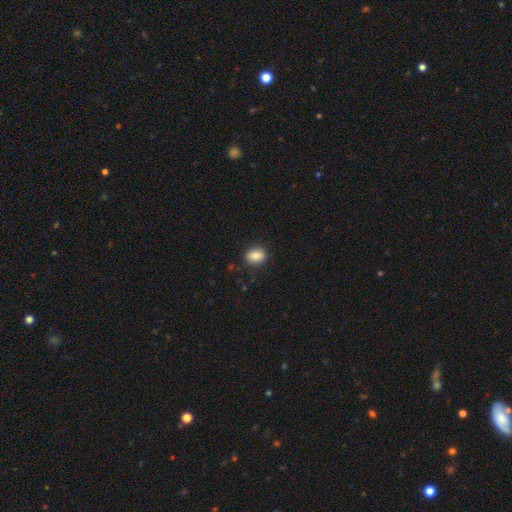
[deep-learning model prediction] The model was most divided on "how rounded": in between: 59%, round: 40%, cigar-shaped: 1%. More confident: smooth or featured — smooth (86%); merging — none (86%).